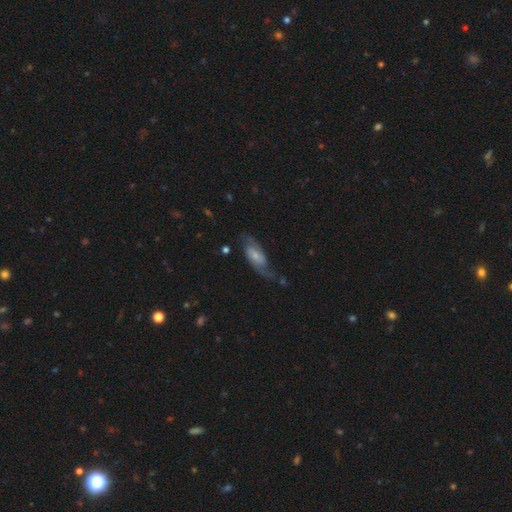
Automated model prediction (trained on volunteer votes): Smooth or featured: featured or disk — 68% (smooth — 25%)
Edge-on disk: no — 92% (yes — 8%)
Bar: no — 47% (weak — 40%)
Spiral arms: yes — 91% (no — 9%)
Spiral winding: loose — 43% (medium — 40%)
Spiral arm count: 2 — 87% (can't tell — 7%)
Bulge size: small — 52% (moderate — 30%)
Merging: none — 63% (minor disturbance — 21%)